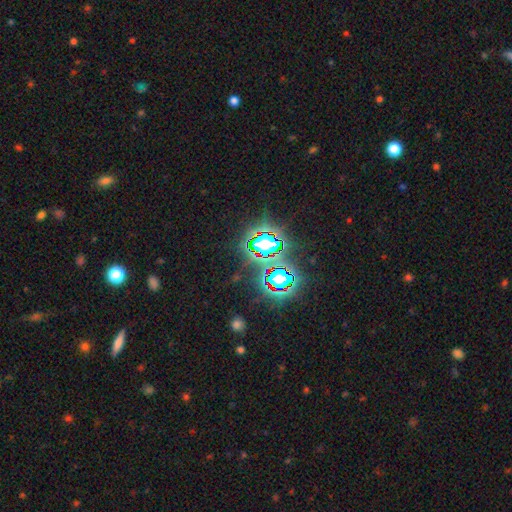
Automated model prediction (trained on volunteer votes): smooth_or_featured: star or artifact (p=0.80) [alt: smooth p=0.12]